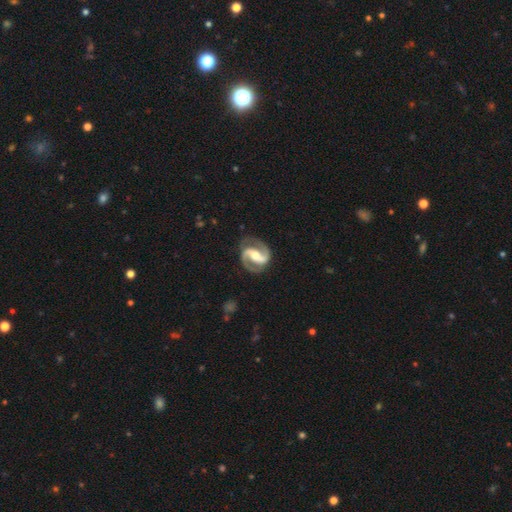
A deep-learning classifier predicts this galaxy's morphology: A featured or disk galaxy (92%) with a strong bar (55%), 2 (94%) medium (60%) spiral arms (98%) and a moderate central bulge (64%).

Vote fractions:
- Smooth or featured? featured or disk: 92% / smooth: 4% / star or artifact: 4%
- Edge-on disk? no: 98% / yes: 2%
- Bar? strong: 55% / weak: 30% / no: 15%
- Spiral arms? yes: 98% / no: 2%
- Spiral winding? medium: 60% / tight: 25% / loose: 15%
- Spiral arm count? 2: 94% / 1: 2% / can't tell: 1% / 3: 1% / 4: 1% / more than 4: 1%
- Bulge size? moderate: 64% / small: 22% / large: 10% / none: 2% / dominant: 1%
- Merging? none: 85% / minor disturbance: 10% / major disturbance: 4% / merger: 1%